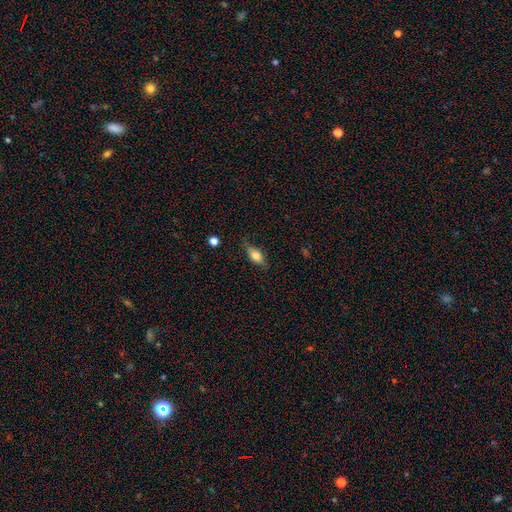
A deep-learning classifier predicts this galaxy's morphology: Smooth or featured: smooth — 69% (featured or disk — 23%)
How rounded: in between — 80% (cigar-shaped — 13%)
Merging: none — 67% (minor disturbance — 25%)